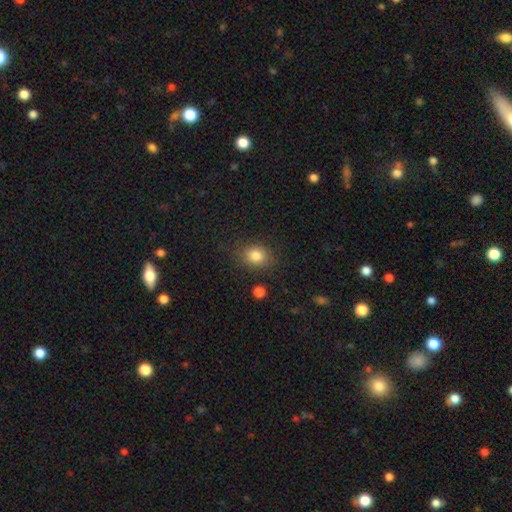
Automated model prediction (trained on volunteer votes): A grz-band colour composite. It shows a smooth galaxy with no disk features (83%) that is round (52%). Merging: none (80%).